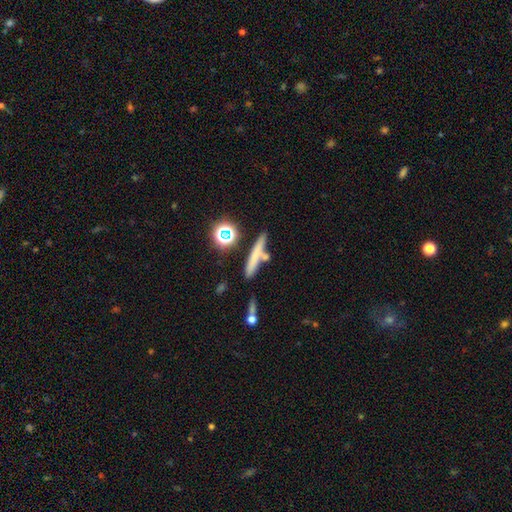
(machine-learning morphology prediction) A smooth galaxy with no disk features (64%) that is cigar-shaped (85%). Merging: none (68%).